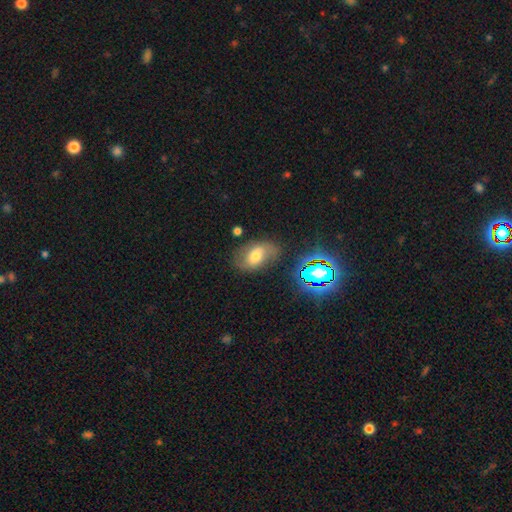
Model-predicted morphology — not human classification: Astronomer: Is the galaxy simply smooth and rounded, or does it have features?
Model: smooth — 55% (runner-up: featured or disk, 30%).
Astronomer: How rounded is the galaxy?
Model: in between — 85%.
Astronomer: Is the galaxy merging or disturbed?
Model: none — 63%.